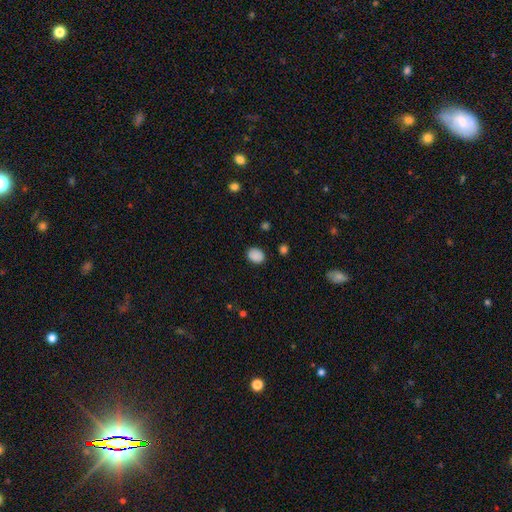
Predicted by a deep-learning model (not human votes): Q: Smooth or featured?
A: smooth (87%); runner-up: star or artifact (9%)
Q: How rounded?
A: in between (54%); runner-up: round (45%)
Q: Merging?
A: none (83%); runner-up: minor disturbance (13%)